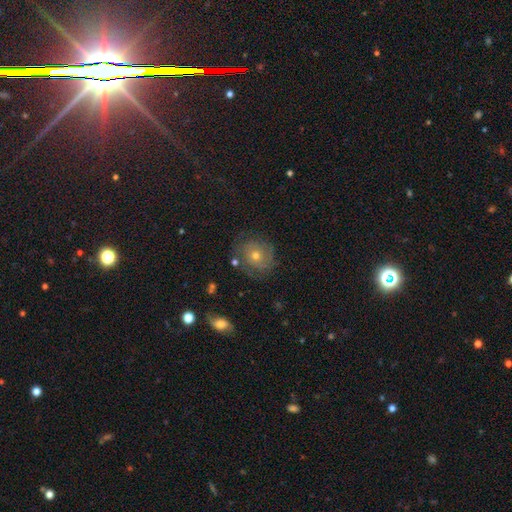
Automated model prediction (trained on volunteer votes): smooth_or_featured: featured or disk (p=0.58) [alt: smooth p=0.26]
disk_edge_on: no (p=0.97) [alt: yes p=0.03]
bar: no (p=0.83) [alt: weak p=0.14]
has_spiral_arms: yes (p=0.82) [alt: no p=0.18]
bulge_size: moderate (p=0.58) [alt: small p=0.37]
merging: none (p=0.77) [alt: minor disturbance p=0.15]